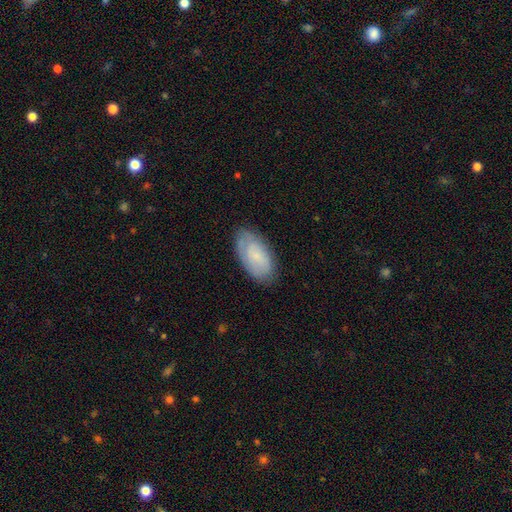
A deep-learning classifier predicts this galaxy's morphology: A smooth galaxy with no disk features (51%) that is in between round and cigar-shaped (93%). Merging: none (76%).